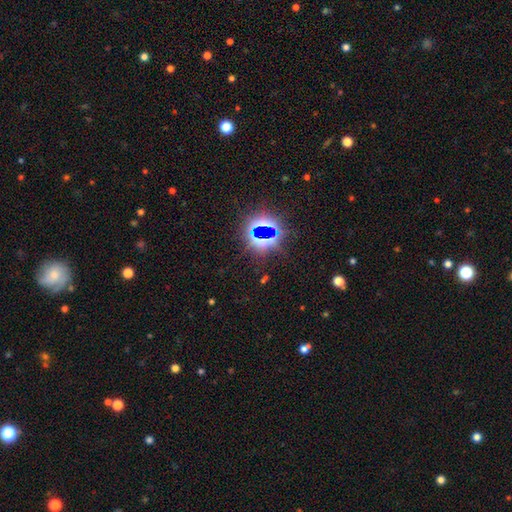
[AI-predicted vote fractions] star or artifact 75%, smooth 14%, featured or disk 12%.